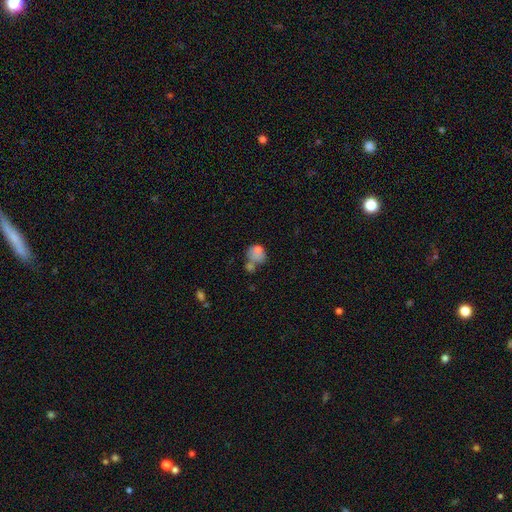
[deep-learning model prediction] smooth_or_featured: smooth (p=0.70) [alt: featured or disk p=0.20]
how_rounded: round (p=0.61) [alt: in between p=0.38]
merging: merger (p=0.42) [alt: none p=0.28]